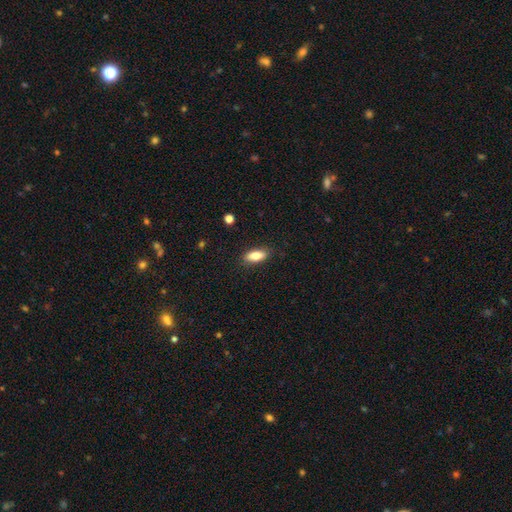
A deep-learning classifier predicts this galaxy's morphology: Smooth or featured? Predicted: smooth (p=0.82). How rounded? Predicted: in between (p=0.79). Merging? Predicted: none (p=0.86).